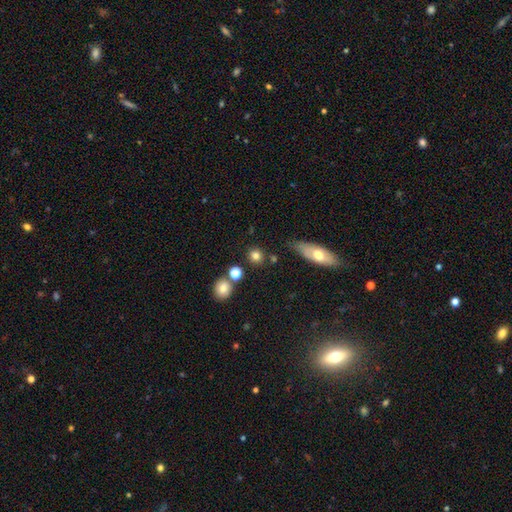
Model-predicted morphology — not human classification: This is likely a smooth galaxy (80%). How rounded: clearly round (83%). Merging: likely none (77%).